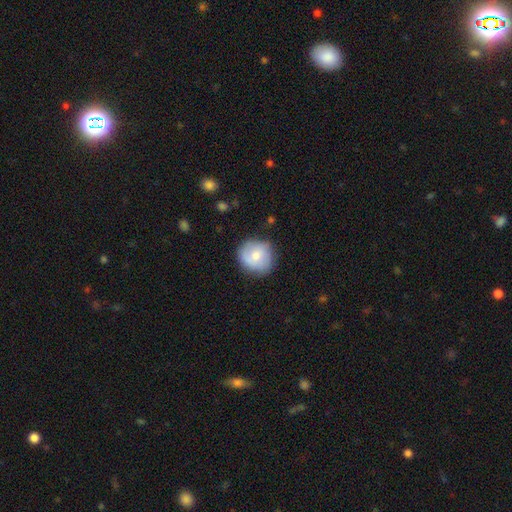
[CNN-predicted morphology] A smooth galaxy with no disk features (69%) that is round (87%). Merging: none (76%).